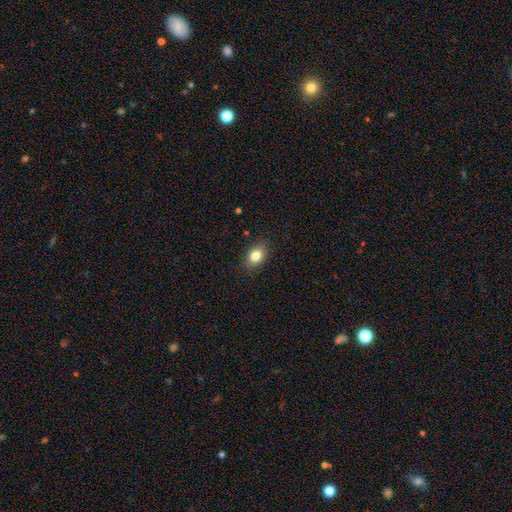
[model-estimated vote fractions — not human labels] smooth 83%, star or artifact 9%, featured or disk 8%. Down the decision tree: how rounded — in between (76%); merging — none (86%).